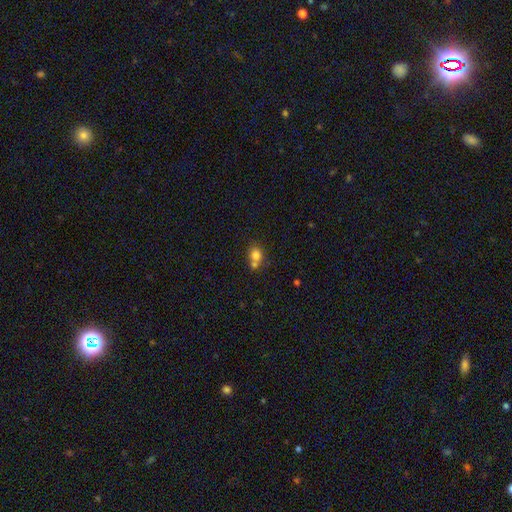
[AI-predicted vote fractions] Morphology: type=smooth (78%); roundness=round (68%); merging=merger (45%).